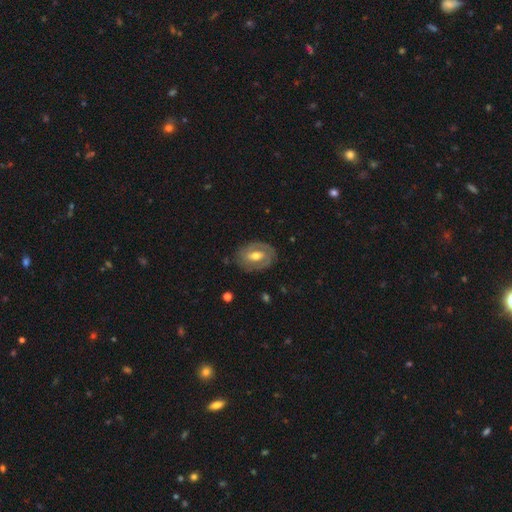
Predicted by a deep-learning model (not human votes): Overall: featured or disk (69%). Edge-on disk: no (95%). Bar: weak (46%; no 31%). Spiral arms: yes (73%). Bulge size: moderate (73%). Merging: none (77%).